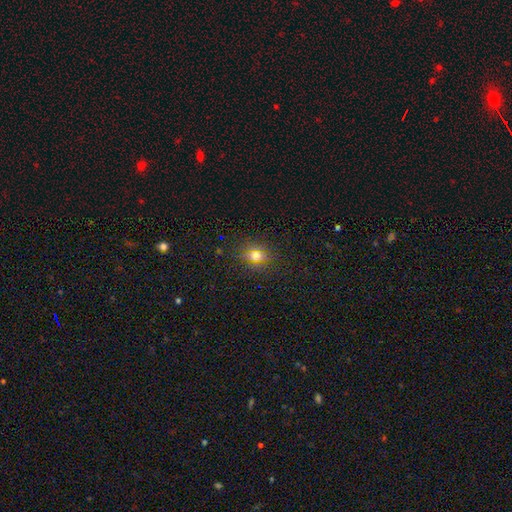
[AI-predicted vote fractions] This appears to be a smooth galaxy with no disk features (60%) that is round (63%). Merging: none (86%).